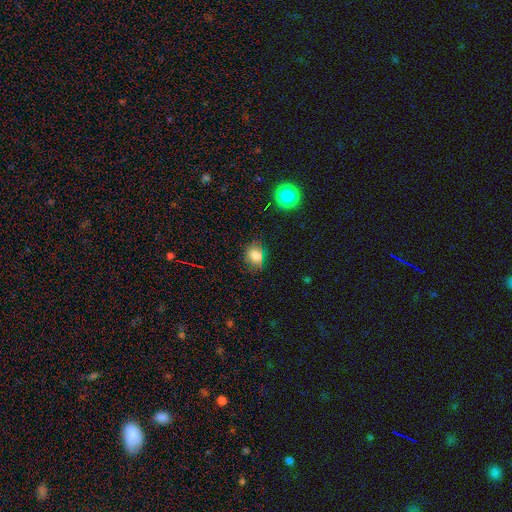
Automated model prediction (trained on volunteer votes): This is likely a smooth galaxy (74%). How rounded: possibly round (57%). Merging: likely none (74%).